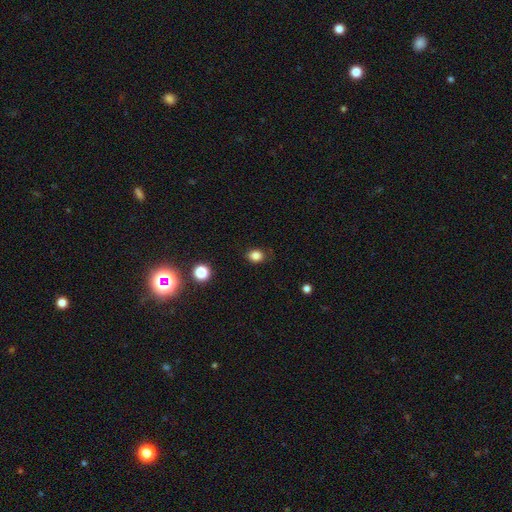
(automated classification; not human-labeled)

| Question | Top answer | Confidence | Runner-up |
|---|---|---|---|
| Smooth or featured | smooth | 84% | star or artifact (12%) |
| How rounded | round | 56% | in between (43%) |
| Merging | none | 85% | minor disturbance (11%) |